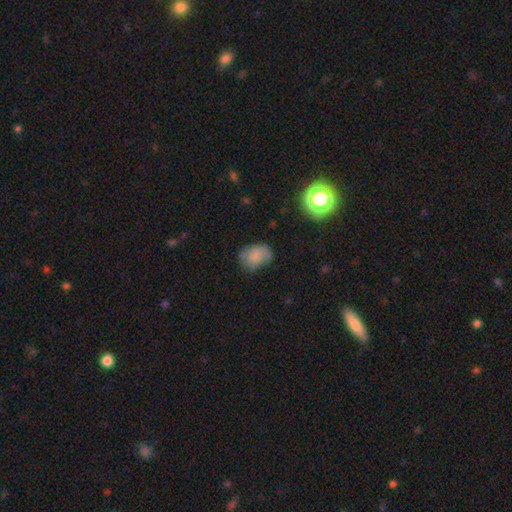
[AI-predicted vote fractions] This is likely a smooth galaxy (68%). How rounded: likely in between (67%). Merging: possibly none (57%).